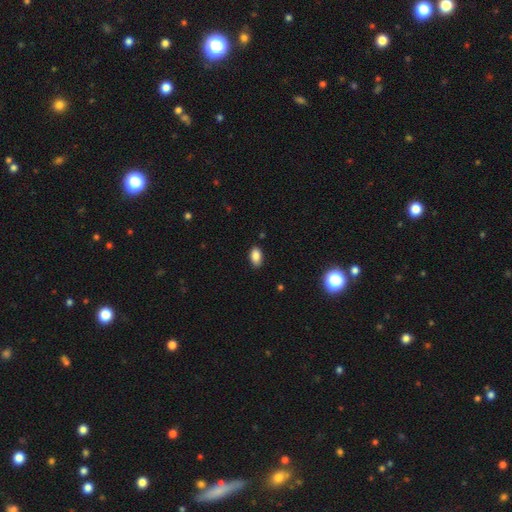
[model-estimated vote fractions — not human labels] smooth 86%, star or artifact 9%, featured or disk 5%. Down the decision tree: how rounded — in between (92%); merging — none (84%).